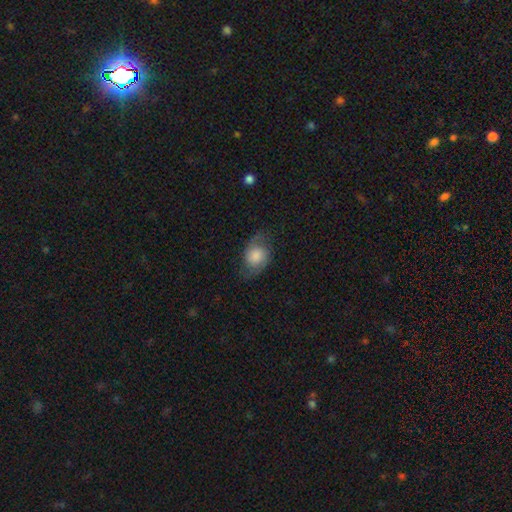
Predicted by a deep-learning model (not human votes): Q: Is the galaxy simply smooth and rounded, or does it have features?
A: smooth — 50%.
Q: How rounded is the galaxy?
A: in between — 58%.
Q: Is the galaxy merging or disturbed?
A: none — 67%.